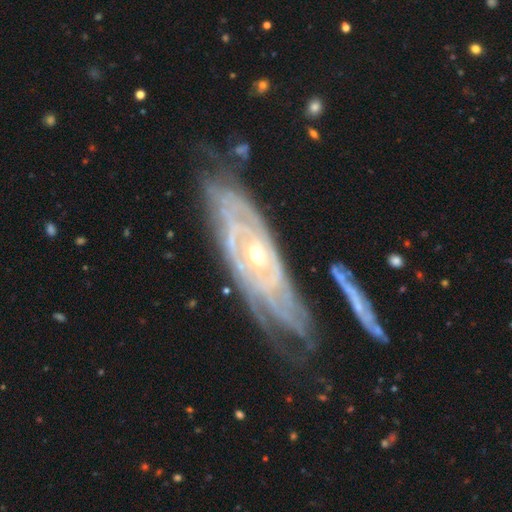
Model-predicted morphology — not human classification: Overall: featured or disk (89%). Edge-on disk: no (88%). Bar: no (72%). Spiral arms: yes (95%). Spiral arm count: can't tell (42%; 2 16%). Spiral winding: tight (81%). Bulge size: small (60%; moderate 37%). Merging: none (66%).